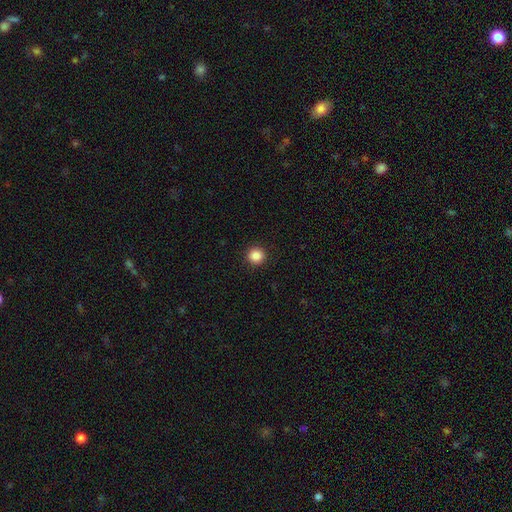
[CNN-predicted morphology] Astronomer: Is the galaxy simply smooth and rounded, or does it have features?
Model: smooth — 86%.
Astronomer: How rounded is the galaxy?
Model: round — 94%.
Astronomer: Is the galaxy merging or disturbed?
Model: none — 93%.